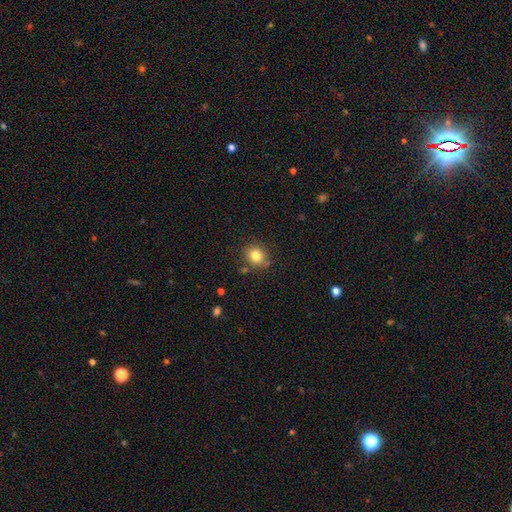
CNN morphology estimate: smooth_or_featured: smooth (p=0.81) [alt: star or artifact p=0.11]
how_rounded: round (p=0.71) [alt: in between p=0.28]
merging: none (p=0.80) [alt: minor disturbance p=0.12]